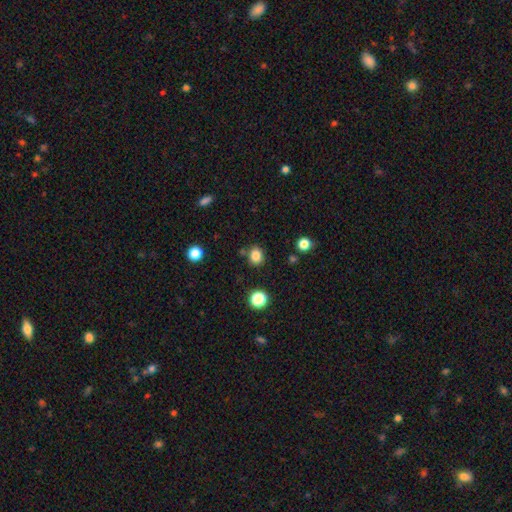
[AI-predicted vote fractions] smooth_or_featured: smooth (p=0.83) [alt: star or artifact p=0.12]
how_rounded: round (p=0.66) [alt: in between p=0.33]
merging: none (p=0.80) [alt: minor disturbance p=0.11]